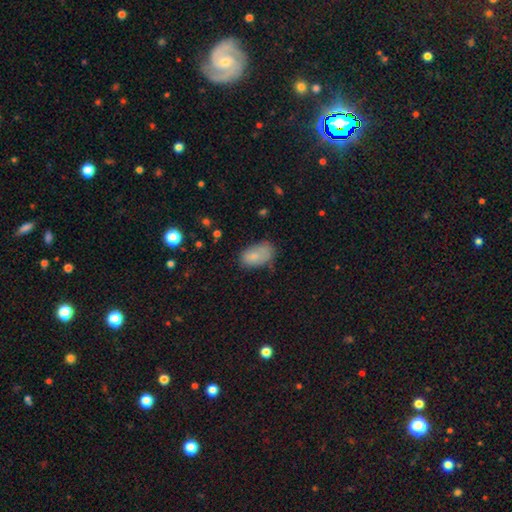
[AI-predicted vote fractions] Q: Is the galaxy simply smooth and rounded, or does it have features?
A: smooth — 81%.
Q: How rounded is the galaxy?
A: in between — 93%.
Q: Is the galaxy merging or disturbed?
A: none — 52%.